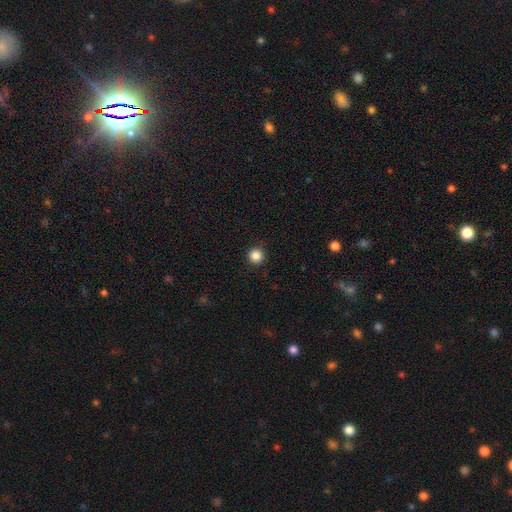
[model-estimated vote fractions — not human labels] smooth-or-featured: smooth: 87% | star or artifact: 11% | featured or disk: 3%
  how-rounded: round: 96% | in between: 3% | cigar-shaped: 1%
  merging: none: 93% | minor disturbance: 5% | major disturbance: 2% | merger: 1%